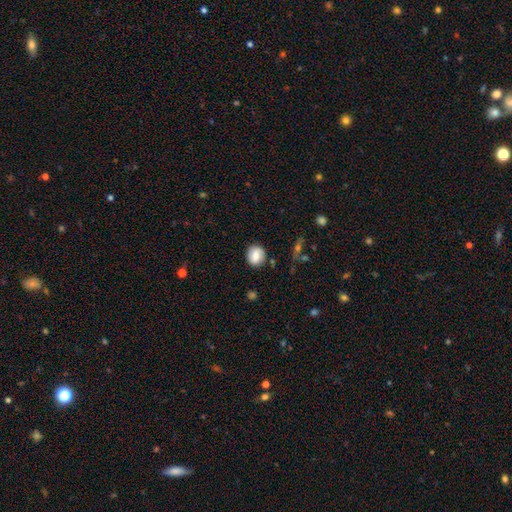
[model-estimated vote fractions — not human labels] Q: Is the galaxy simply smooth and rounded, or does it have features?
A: smooth — 70%.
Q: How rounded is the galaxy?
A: round — 73%.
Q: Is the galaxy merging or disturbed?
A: none — 82%.